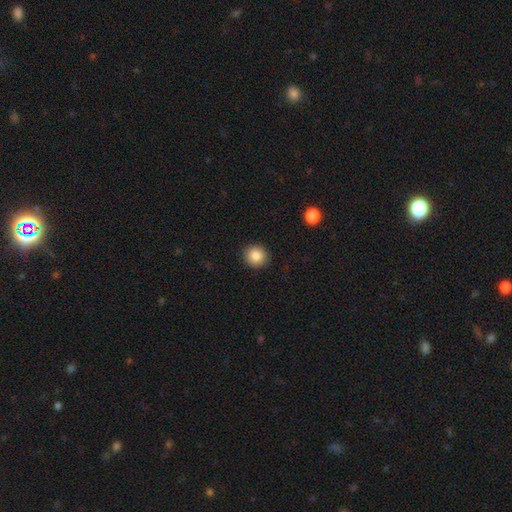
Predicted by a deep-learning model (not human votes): Morphology: type=smooth (85%); roundness=round (88%); merging=none (91%).